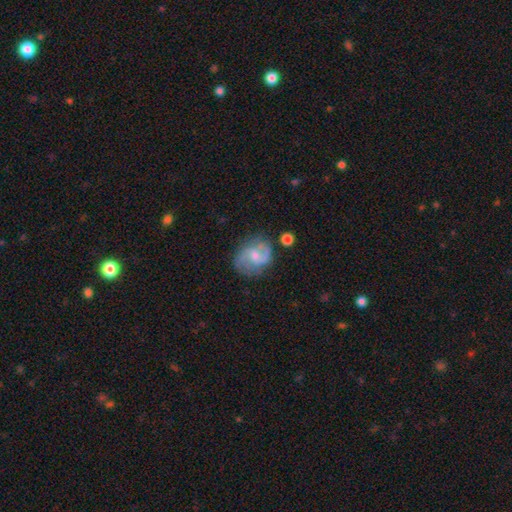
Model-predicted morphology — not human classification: This appears to be a featured or disk galaxy (75%) with a weak bar (55%), 2 (85%) medium (52%) spiral arms (93%) and a small central bulge (46%). Merging: none (70%).